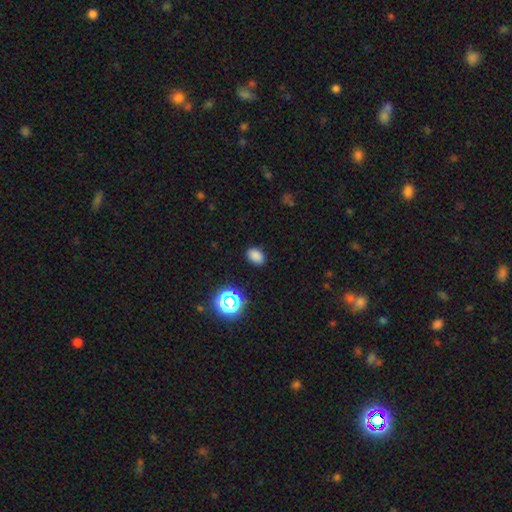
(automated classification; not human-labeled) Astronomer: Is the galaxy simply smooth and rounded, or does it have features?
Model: smooth — 79%.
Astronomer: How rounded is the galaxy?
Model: in between — 81%.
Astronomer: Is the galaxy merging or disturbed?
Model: none — 85%.